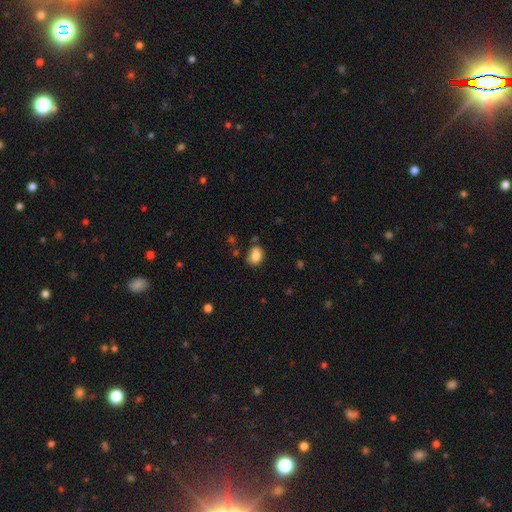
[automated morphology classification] smooth-or-featured: smooth: 81% | star or artifact: 10% | featured or disk: 9%
  how-rounded: in between: 56% | round: 43% | cigar-shaped: 1%
  merging: none: 65% | minor disturbance: 22% | merger: 7% | major disturbance: 6%